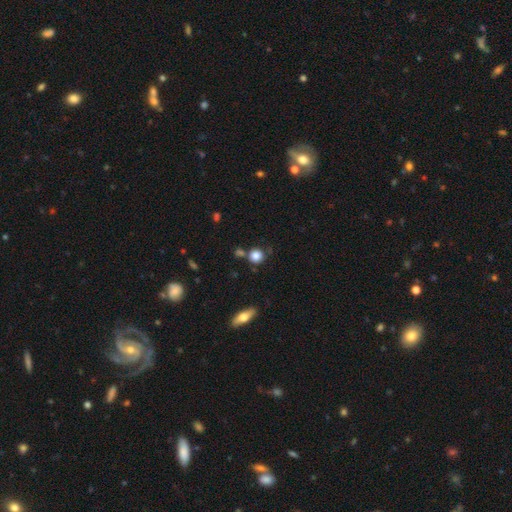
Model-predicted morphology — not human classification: A smooth galaxy with no disk features (83%) that is round (89%). Merging: none (71%).